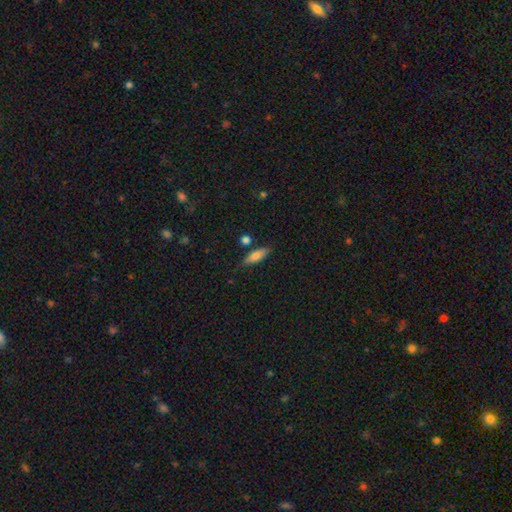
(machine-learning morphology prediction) Smooth or featured: smooth — 74% (featured or disk — 19%)
How rounded: cigar-shaped — 53% (in between — 45%)
Merging: none — 78% (minor disturbance — 13%)